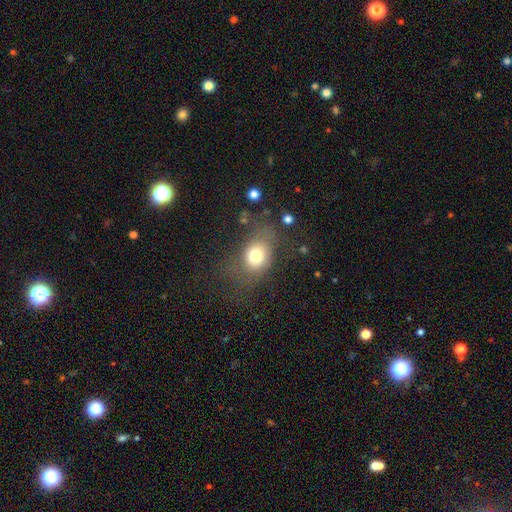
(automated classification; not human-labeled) smooth 74%, featured or disk 15%, star or artifact 11%. Down the decision tree: how rounded — in between (55%); merging — none (52%).